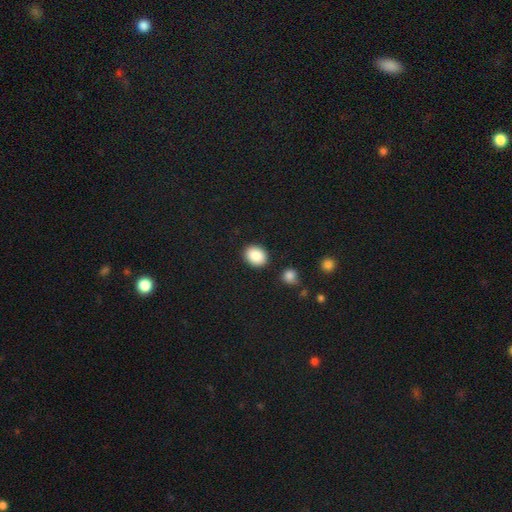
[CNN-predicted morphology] smooth_or_featured: smooth (p=0.89) [alt: star or artifact p=0.07]
how_rounded: in between (p=0.61) [alt: round p=0.38]
merging: none (p=0.88) [alt: minor disturbance p=0.08]